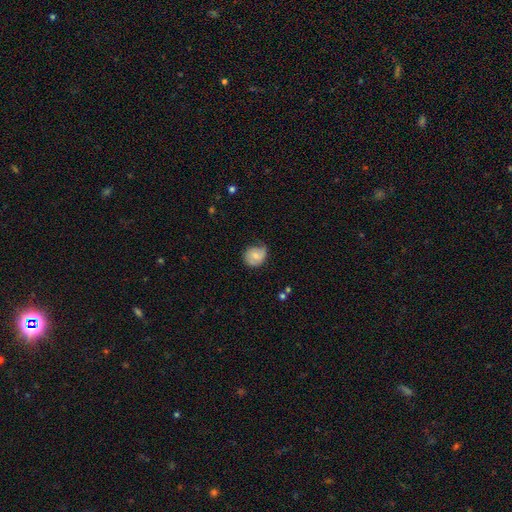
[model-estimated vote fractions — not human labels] smooth_or_featured: smooth (p=0.60) [alt: featured or disk p=0.32]
how_rounded: round (p=0.69) [alt: in between p=0.30]
merging: none (p=0.49) [alt: minor disturbance p=0.37]